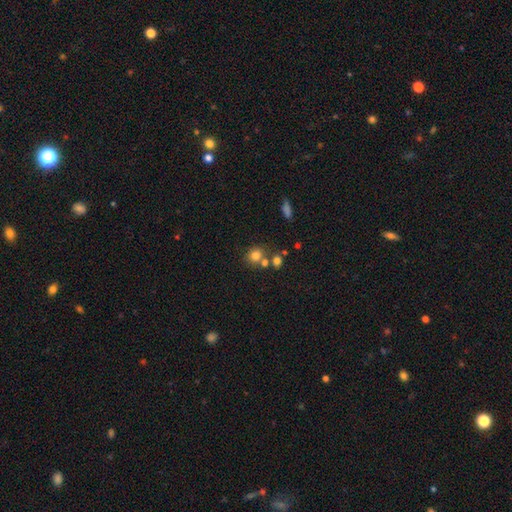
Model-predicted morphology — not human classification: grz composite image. It shows a smooth galaxy with no disk features (77%) that is round (81%). Merging: none (58%).